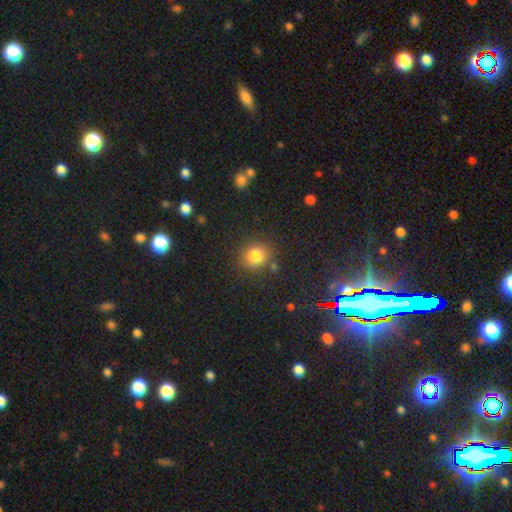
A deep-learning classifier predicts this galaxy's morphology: This is clearly a smooth galaxy (81%). How rounded: clearly round (84%). Merging: clearly none (82%).